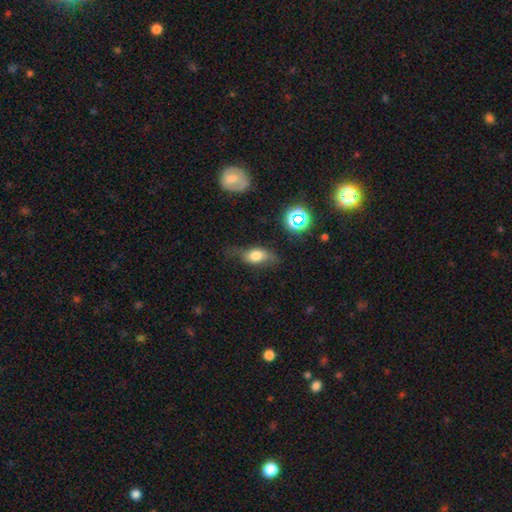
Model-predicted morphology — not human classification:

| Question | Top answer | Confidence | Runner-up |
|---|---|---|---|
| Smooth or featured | smooth | 65% | featured or disk (23%) |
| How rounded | in between | 77% | round (13%) |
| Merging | none | 53% | minor disturbance (28%) |